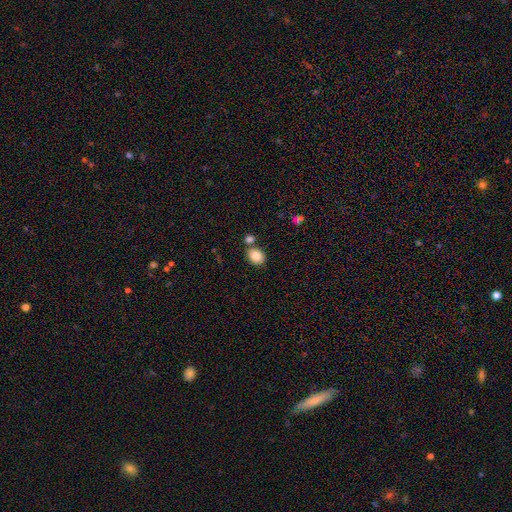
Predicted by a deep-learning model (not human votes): Smooth or featured?
  - smooth: 85% *
  - star or artifact: 8%
  - featured or disk: 6%
How rounded?
  - in between: 59% *
  - round: 40%
  - cigar-shaped: 1%
Merging?
  - none: 66% *
  - merger: 20%
  - minor disturbance: 11%
  - major disturbance: 3%